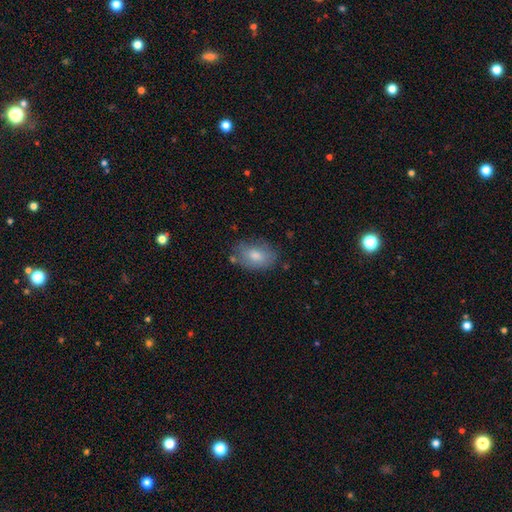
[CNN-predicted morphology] smooth_or_featured: smooth (p=0.77) [alt: featured or disk p=0.16]
how_rounded: in between (p=0.85) [alt: round p=0.14]
merging: none (p=0.68) [alt: minor disturbance p=0.22]